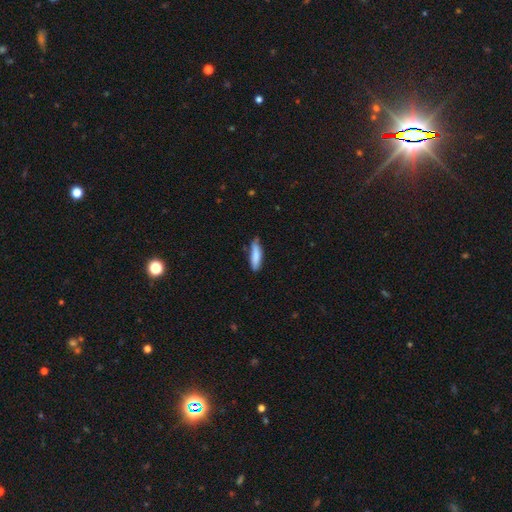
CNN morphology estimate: Q: Smooth or featured?
A: smooth (82%); runner-up: featured or disk (12%)
Q: How rounded?
A: cigar-shaped (69%); runner-up: in between (29%)
Q: Merging?
A: none (71%); runner-up: minor disturbance (24%)